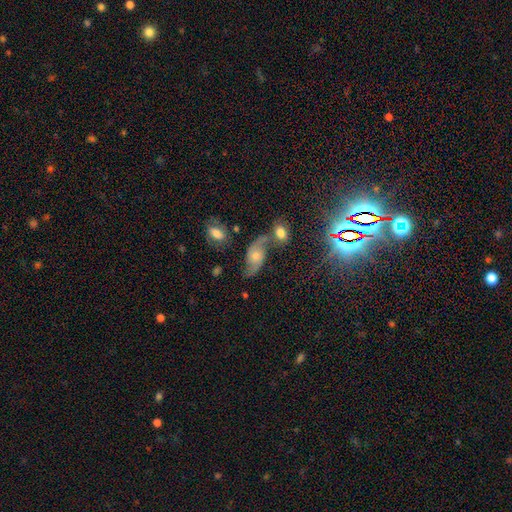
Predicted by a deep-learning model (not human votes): Smooth or featured? featured or disk (63%)
Edge-on disk? no (92%)
Bar? no (72%)
Spiral arms? yes (87%)
Spiral winding? loose (54%)
Spiral arm count? 2 (87%)
Bulge size? moderate (54%)
Merging? none (49%)